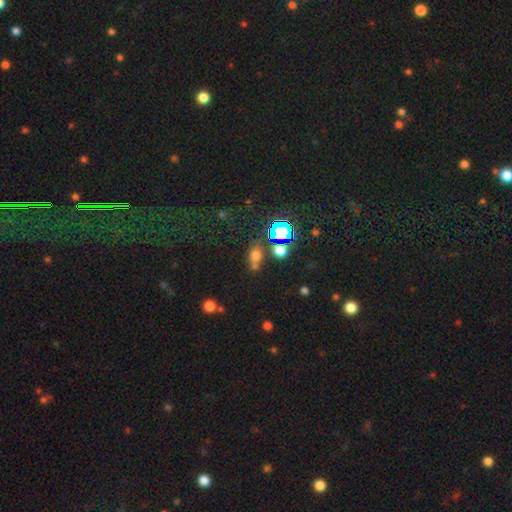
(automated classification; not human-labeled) Morphology: type=smooth (56%); roundness=in between (58%); merging=none (57%).